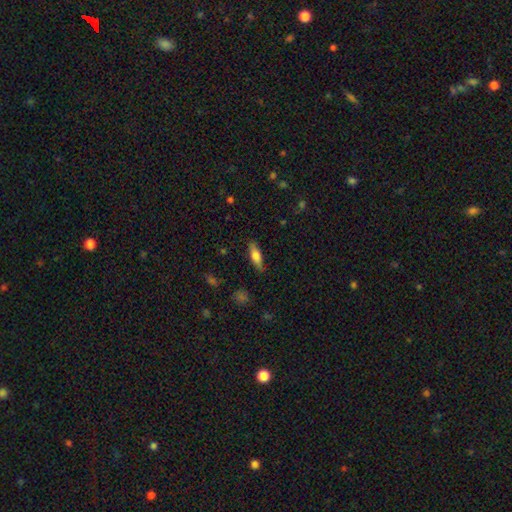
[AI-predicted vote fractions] A smooth galaxy with no disk features (70%) that is in between round and cigar-shaped (55%).

Vote fractions:
- Smooth or featured? smooth: 70% / featured or disk: 23% / star or artifact: 7%
- How rounded? in between: 55% / cigar-shaped: 43% / round: 2%
- Merging? none: 83% / minor disturbance: 13% / major disturbance: 3% / merger: 1%